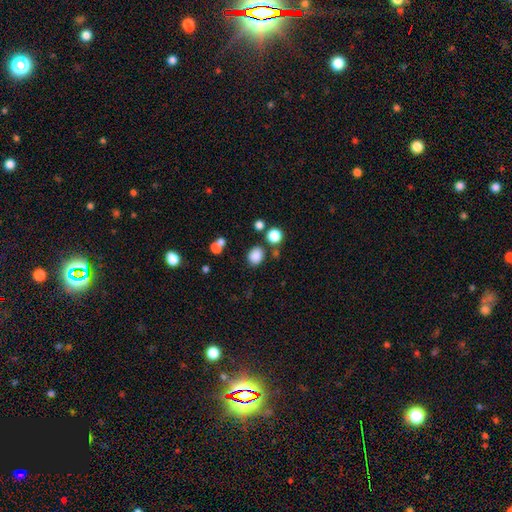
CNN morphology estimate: The model was most divided on "how rounded": round: 57%, in between: 42%, cigar-shaped: 1%. More confident: smooth or featured — smooth (84%); merging — none (76%).